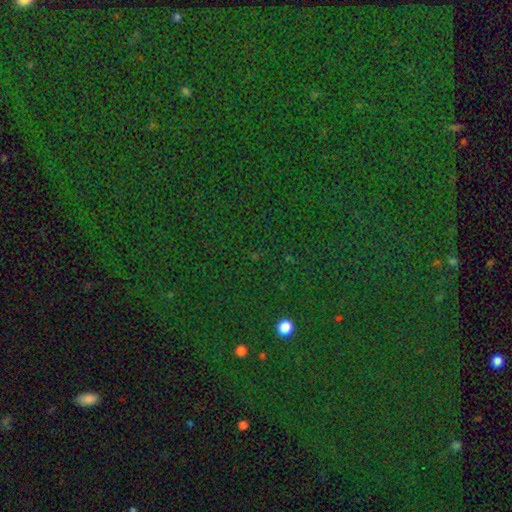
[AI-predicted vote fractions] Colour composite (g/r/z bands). It shows a star or artifact, not a galaxy (83%).